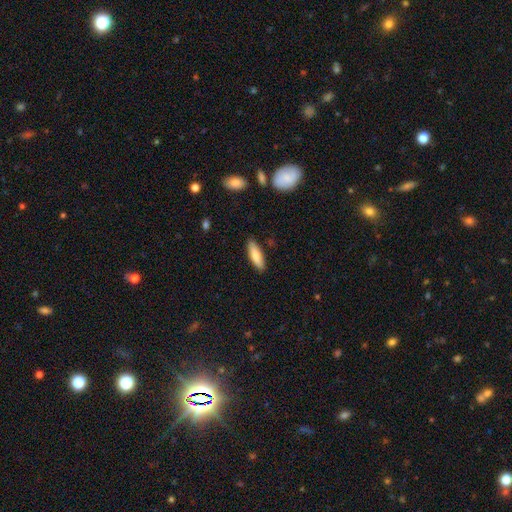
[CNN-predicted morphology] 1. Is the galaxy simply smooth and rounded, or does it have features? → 80% smooth, 14% featured or disk, 6% star or artifact.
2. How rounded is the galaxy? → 54% cigar-shaped, 45% in between, 2% round.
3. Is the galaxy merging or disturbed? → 88% none, 9% minor disturbance, 2% major disturbance, 1% merger.